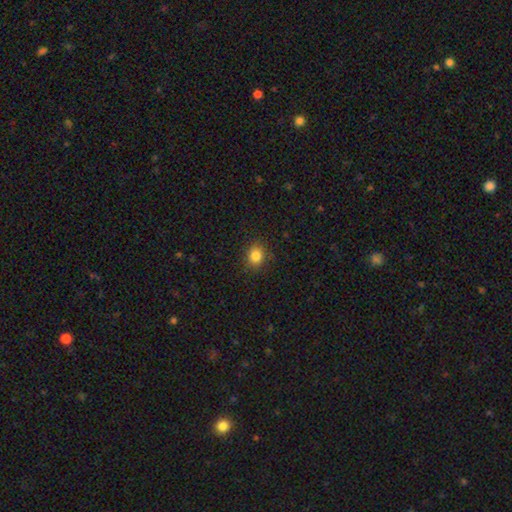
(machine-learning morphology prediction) A smooth galaxy with no disk features (84%) that is round (73%).

Vote fractions:
- Smooth or featured? smooth: 84% / star or artifact: 11% / featured or disk: 5%
- How rounded? round: 73% / in between: 26% / cigar-shaped: 1%
- Merging? none: 89% / minor disturbance: 7% / major disturbance: 2% / merger: 1%